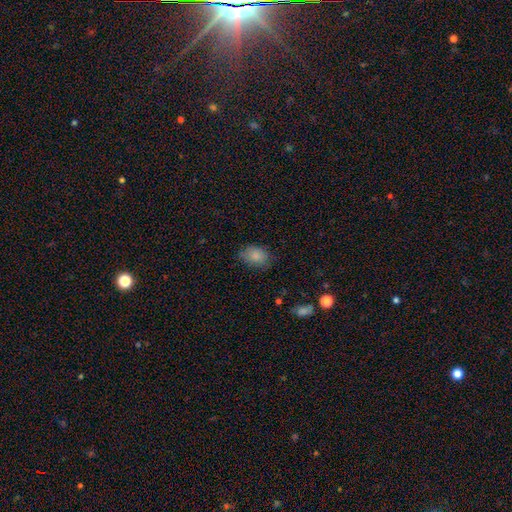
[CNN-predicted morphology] Overall: smooth (85%). How rounded: in between (78%). Merging: none (76%).